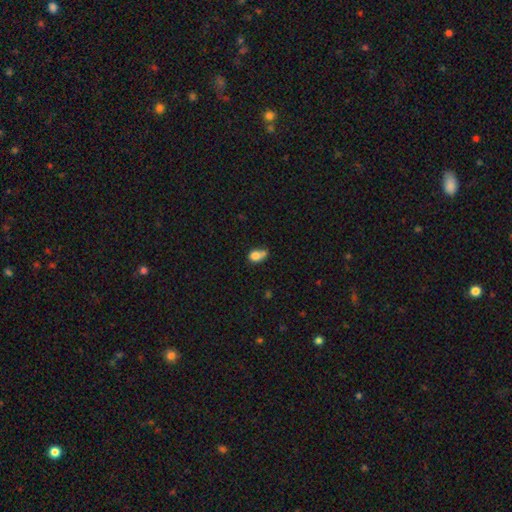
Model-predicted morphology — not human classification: Smooth or featured? smooth (78%)
How rounded? in between (64%)
Merging? merger (31%)